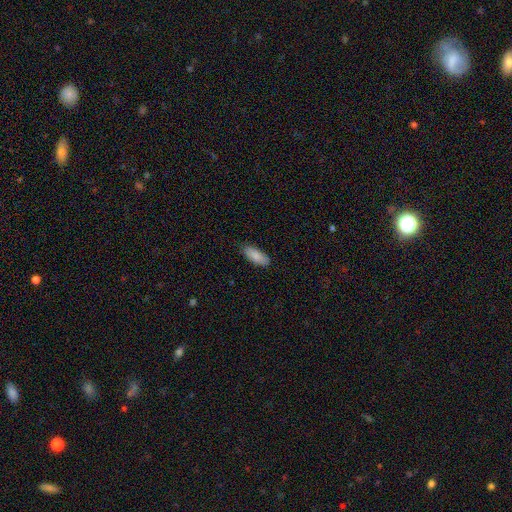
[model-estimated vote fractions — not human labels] Q: Smooth or featured?
A: smooth (87%); runner-up: featured or disk (7%)
Q: How rounded?
A: in between (77%); runner-up: cigar-shaped (22%)
Q: Merging?
A: none (85%); runner-up: minor disturbance (11%)